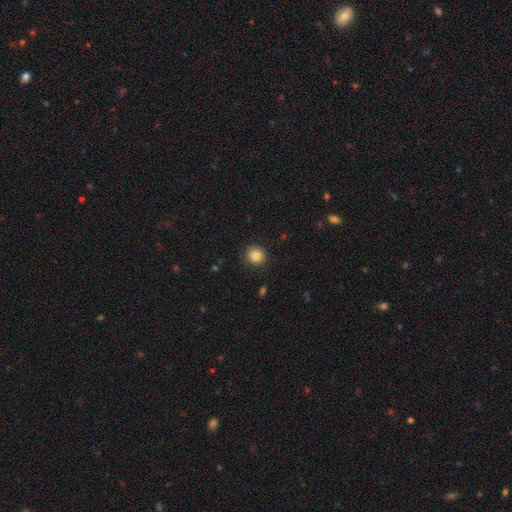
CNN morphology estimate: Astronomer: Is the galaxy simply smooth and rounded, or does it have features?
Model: smooth — 85%.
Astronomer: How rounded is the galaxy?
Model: round — 89%.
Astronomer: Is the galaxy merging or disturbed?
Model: none — 90%.